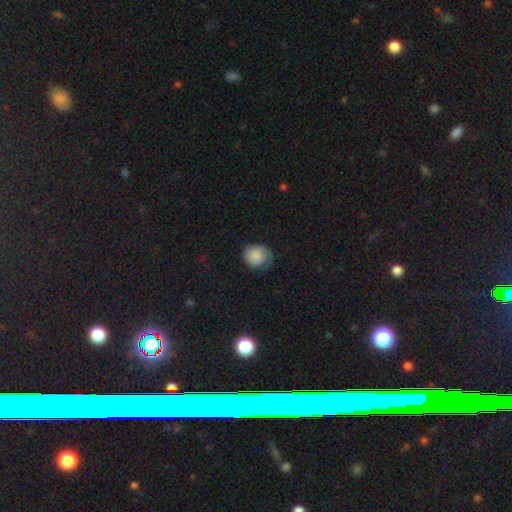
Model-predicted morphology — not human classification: smooth-or-featured: smooth: 75% | featured or disk: 17% | star or artifact: 8%
  how-rounded: round: 76% | in between: 23% | cigar-shaped: 1%
  merging: none: 63% | minor disturbance: 27% | major disturbance: 8% | merger: 1%